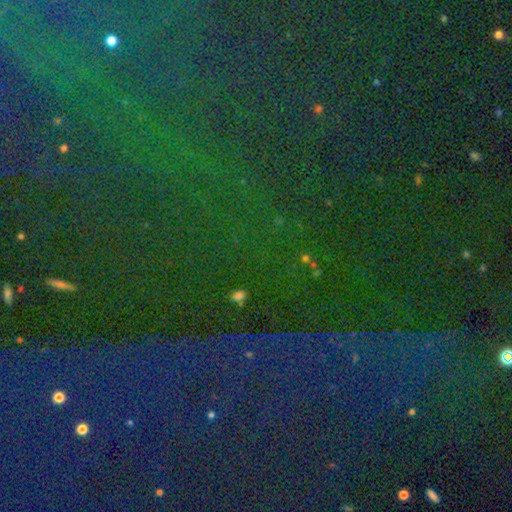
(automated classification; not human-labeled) The model was most divided on "smooth or featured": star or artifact: 84%, smooth: 9%, featured or disk: 7%.